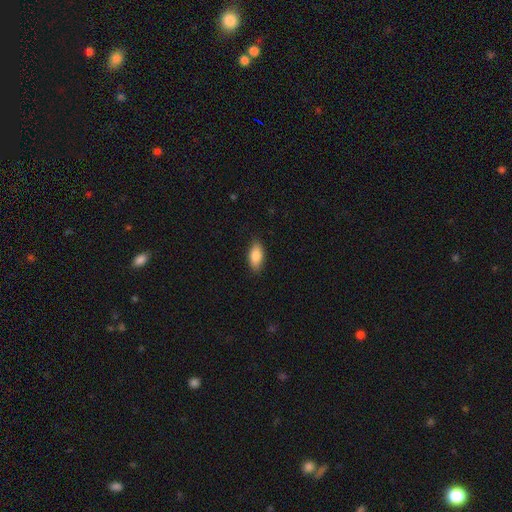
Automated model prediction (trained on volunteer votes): The model was most divided on "merging": none: 87%, minor disturbance: 10%, major disturbance: 2%, merger: 1%. More confident: how rounded — in between (89%); smooth or featured — smooth (85%).